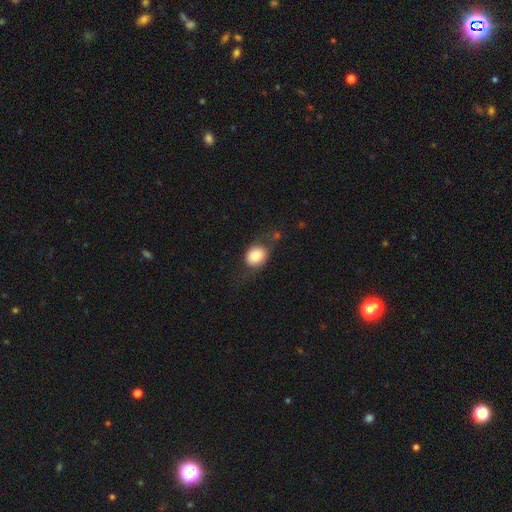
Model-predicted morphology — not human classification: Overall: smooth (79%). How rounded: round (54%; in between 45%). Merging: none (58%; minor disturbance 24%).